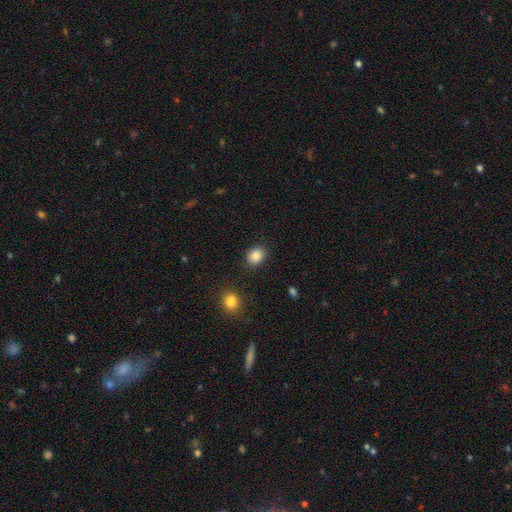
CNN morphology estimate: Overall: smooth (87%). How rounded: round (52%; in between 47%). Merging: none (85%).